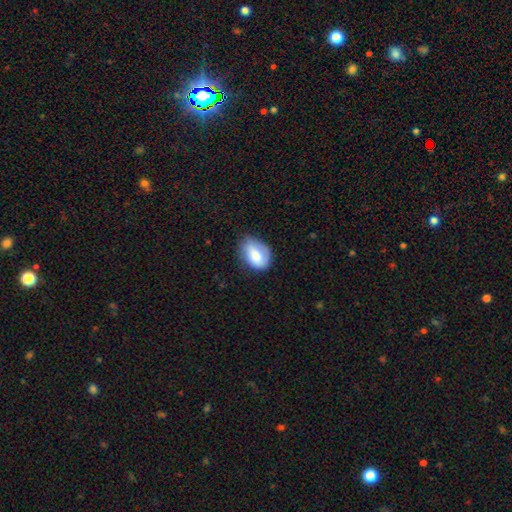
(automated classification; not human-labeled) Smooth or featured? Predicted: smooth (p=0.69). How rounded? Predicted: in between (p=0.81). Merging? Predicted: none (p=0.60).